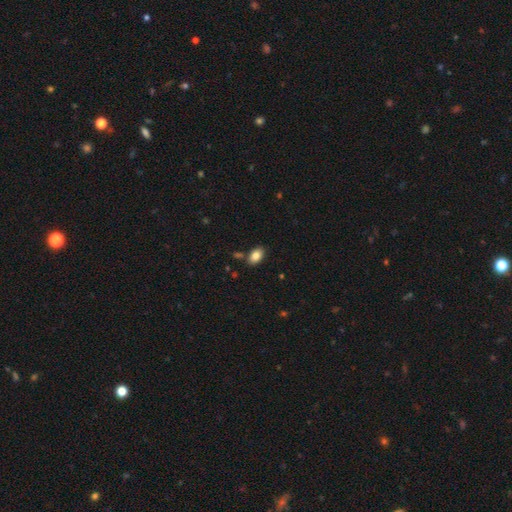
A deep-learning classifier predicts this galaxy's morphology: smooth-or-featured: smooth: 84% | star or artifact: 8% | featured or disk: 8%
  how-rounded: in between: 90% | round: 9% | cigar-shaped: 1%
  merging: none: 82% | minor disturbance: 10% | merger: 5% | major disturbance: 2%